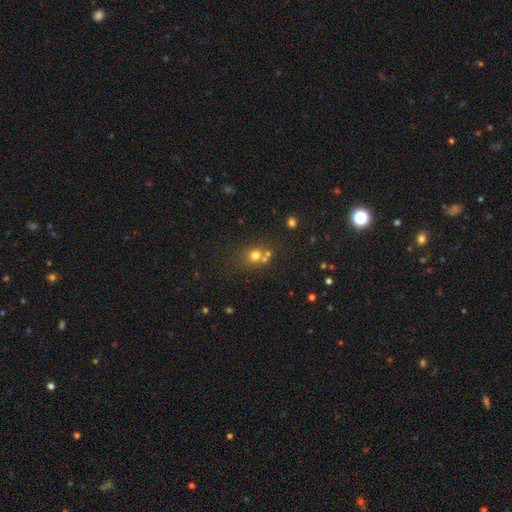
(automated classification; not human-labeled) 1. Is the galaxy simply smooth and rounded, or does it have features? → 71% smooth, 18% star or artifact, 11% featured or disk.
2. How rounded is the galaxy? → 78% round, 21% in between, 1% cigar-shaped.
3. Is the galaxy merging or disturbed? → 55% none, 31% merger, 10% minor disturbance, 4% major disturbance.